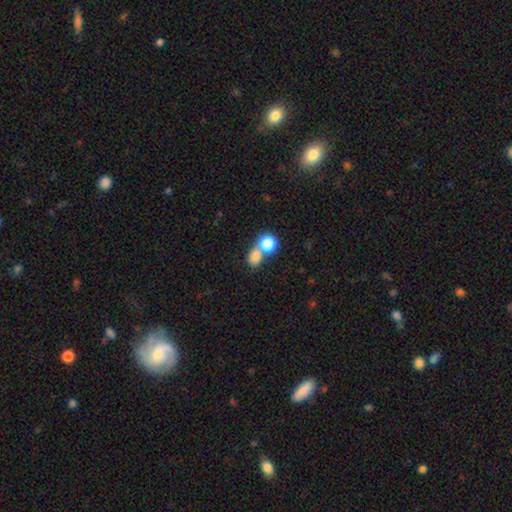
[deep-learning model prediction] Q: Smooth or featured?
A: smooth (79%); runner-up: star or artifact (13%)
Q: How rounded?
A: round (59%); runner-up: in between (39%)
Q: Merging?
A: merger (49%); runner-up: none (40%)